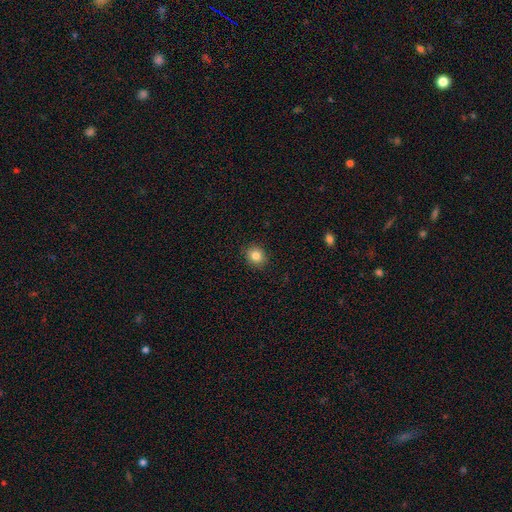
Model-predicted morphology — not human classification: type=smooth (83%); roundness=round (78%); merging=none (90%).